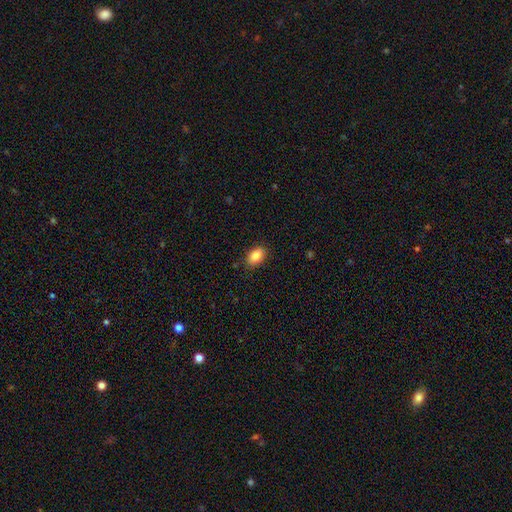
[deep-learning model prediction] This is clearly a smooth galaxy (87%). How rounded: clearly in between (89%). Merging: clearly none (86%).